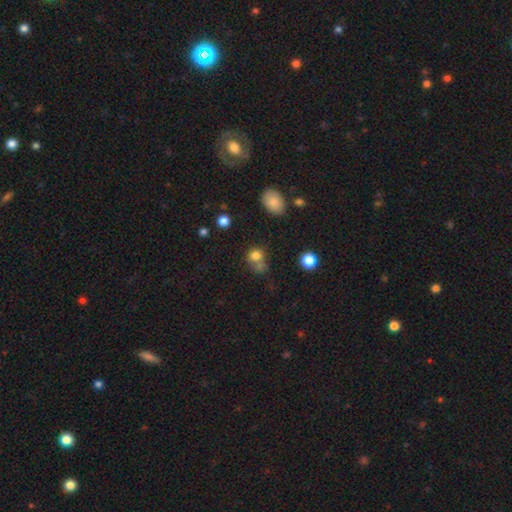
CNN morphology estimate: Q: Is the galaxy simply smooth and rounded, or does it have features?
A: smooth — 76%.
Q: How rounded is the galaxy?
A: round — 75%.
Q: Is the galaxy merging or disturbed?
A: none — 46%.